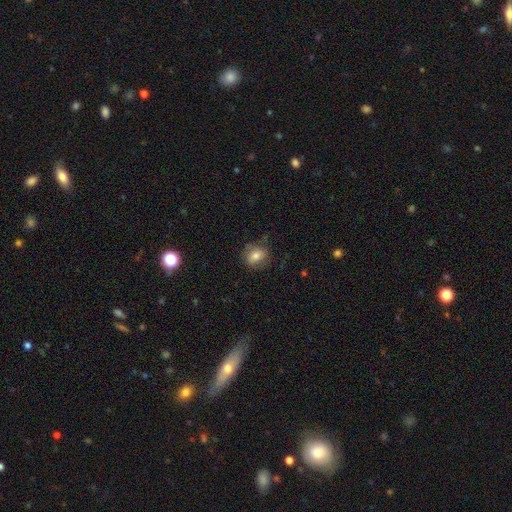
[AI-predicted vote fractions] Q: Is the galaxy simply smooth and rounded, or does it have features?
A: smooth — 73%.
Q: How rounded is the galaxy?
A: round — 52%.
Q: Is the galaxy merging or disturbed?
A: none — 72%.